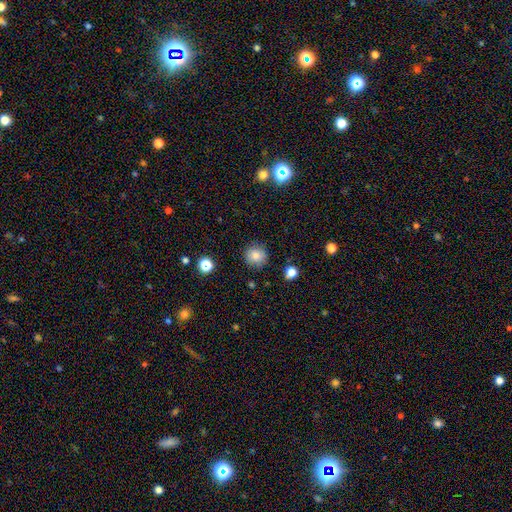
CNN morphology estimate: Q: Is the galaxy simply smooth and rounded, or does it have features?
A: smooth — 80%.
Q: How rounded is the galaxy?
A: round — 93%.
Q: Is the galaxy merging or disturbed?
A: none — 88%.